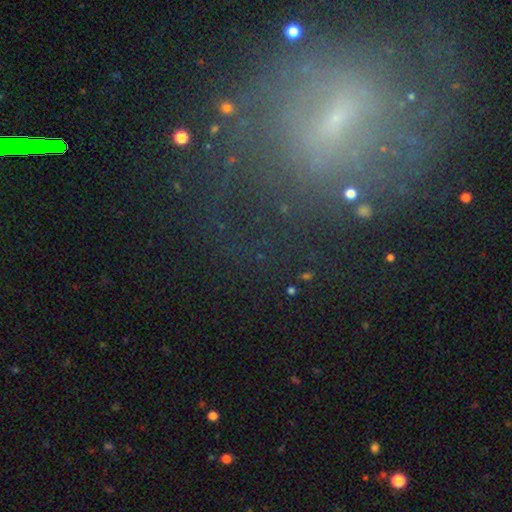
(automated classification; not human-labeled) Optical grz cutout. It shows a featured or disk galaxy (46%). Merging: none (62%).